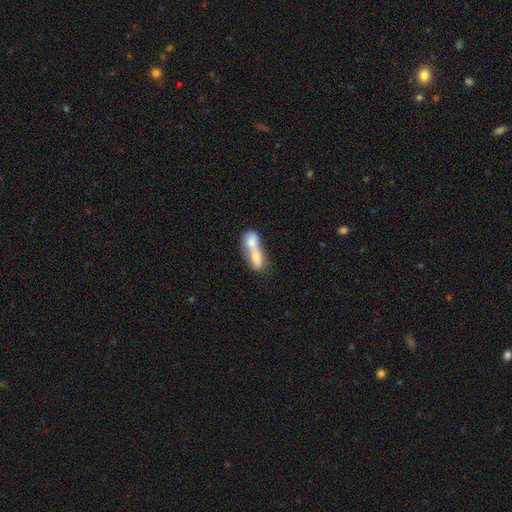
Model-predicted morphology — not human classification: type=smooth (59%); roundness=in between (59%); merging=merger (77%).